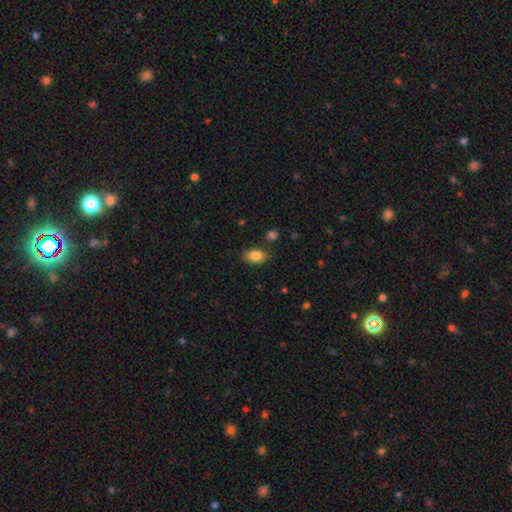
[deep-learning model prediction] Overall: smooth (85%). How rounded: in between (86%). Merging: none (81%).